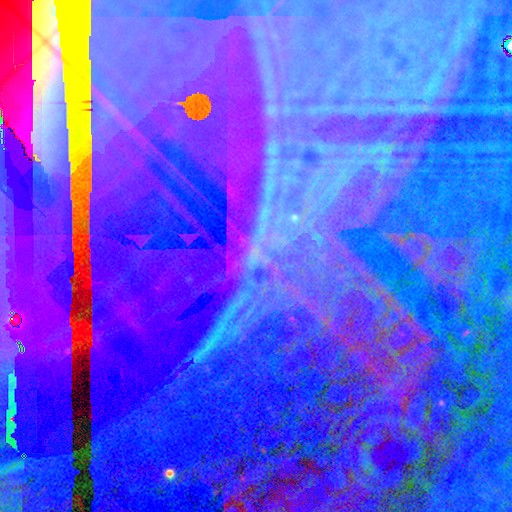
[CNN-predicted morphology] A star or artifact, not a galaxy (89%).